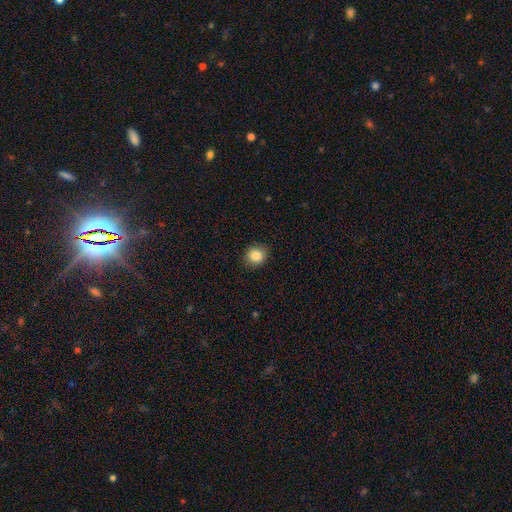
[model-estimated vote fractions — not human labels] Smooth or featured? Predicted: smooth (p=0.86). How rounded? Predicted: round (p=0.82). Merging? Predicted: none (p=0.88).